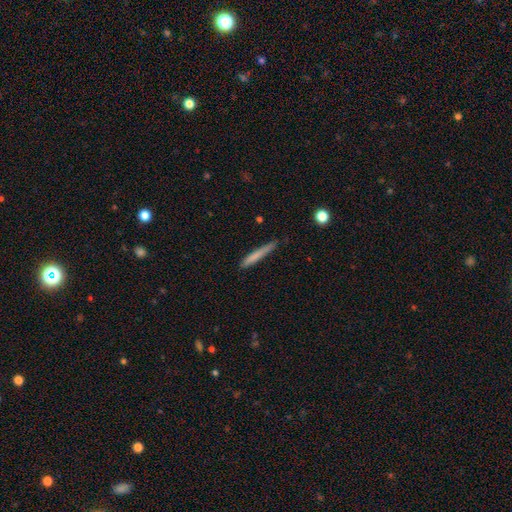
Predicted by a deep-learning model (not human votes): Overall: smooth (72%). How rounded: cigar-shaped (96%). Merging: none (78%).